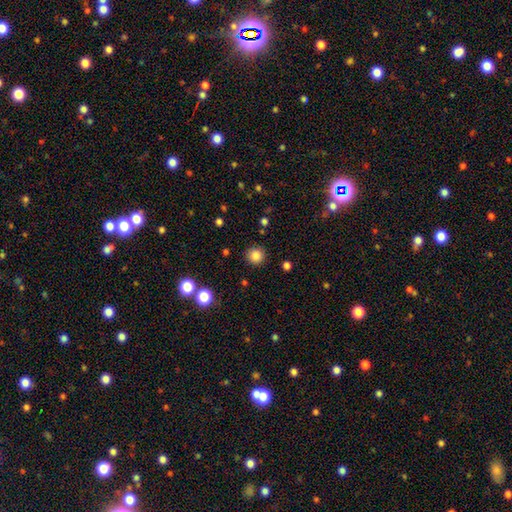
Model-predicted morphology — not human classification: smooth-or-featured: smooth: 85% | star or artifact: 11% | featured or disk: 4%
  how-rounded: round: 94% | in between: 5% | cigar-shaped: 1%
  merging: none: 90% | minor disturbance: 6% | major disturbance: 2% | merger: 1%